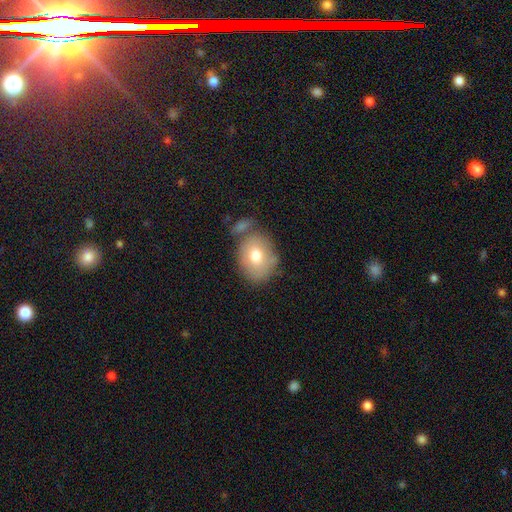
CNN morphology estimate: smooth 71%, featured or disk 21%, star or artifact 8%. Down the decision tree: how rounded — in between (55%); merging — none (59%).